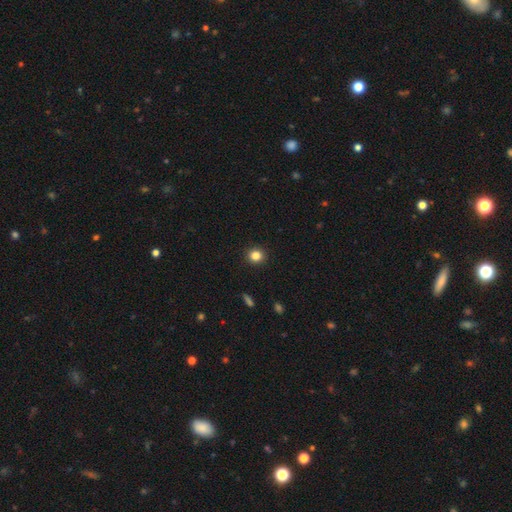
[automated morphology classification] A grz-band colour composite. It shows a smooth galaxy with no disk features (84%) that is round (89%). Merging: none (92%).